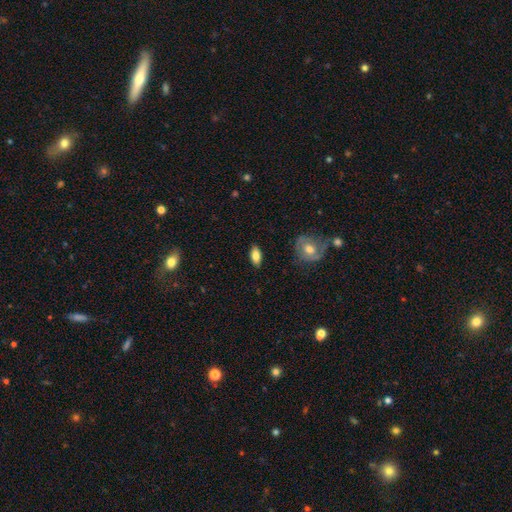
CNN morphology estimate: Smooth or featured? Predicted: smooth (p=0.81). How rounded? Predicted: in between (p=0.89). Merging? Predicted: none (p=0.86).